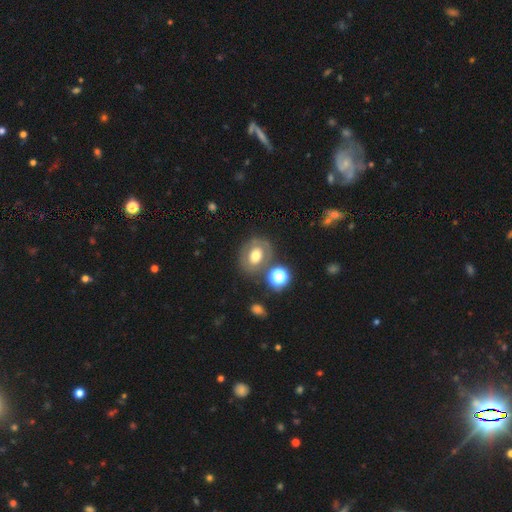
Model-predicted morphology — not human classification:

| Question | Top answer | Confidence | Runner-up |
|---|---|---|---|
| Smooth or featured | smooth | 50% | featured or disk (39%) |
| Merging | none | 70% | minor disturbance (14%) |